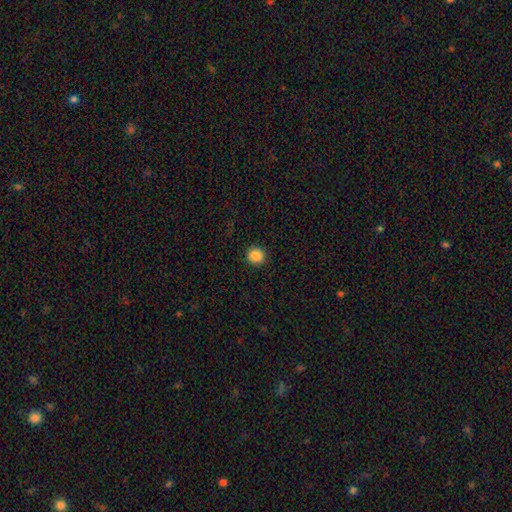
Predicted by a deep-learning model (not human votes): Smooth or featured? Predicted: smooth (p=0.87). How rounded? Predicted: round (p=0.88). Merging? Predicted: none (p=0.92).